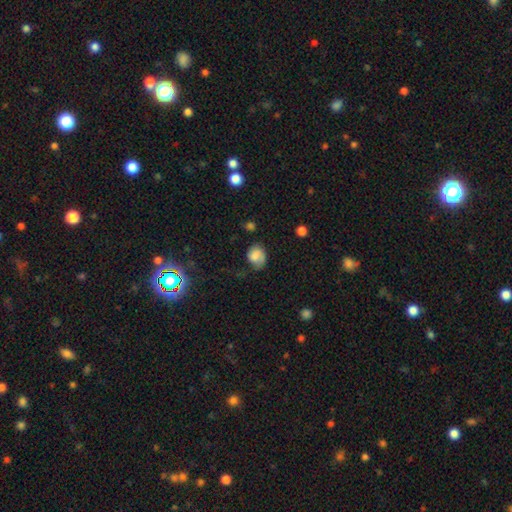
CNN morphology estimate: type=smooth (73%); roundness=round (52%); merging=none (46%).